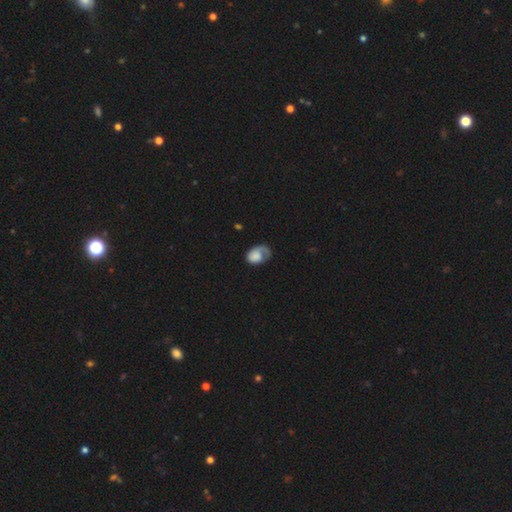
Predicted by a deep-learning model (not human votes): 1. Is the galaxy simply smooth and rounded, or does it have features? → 57% smooth, 36% featured or disk, 7% star or artifact.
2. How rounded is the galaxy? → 71% in between, 28% round, 1% cigar-shaped.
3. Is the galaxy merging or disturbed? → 37% none, 34% major disturbance, 26% minor disturbance, 4% merger.